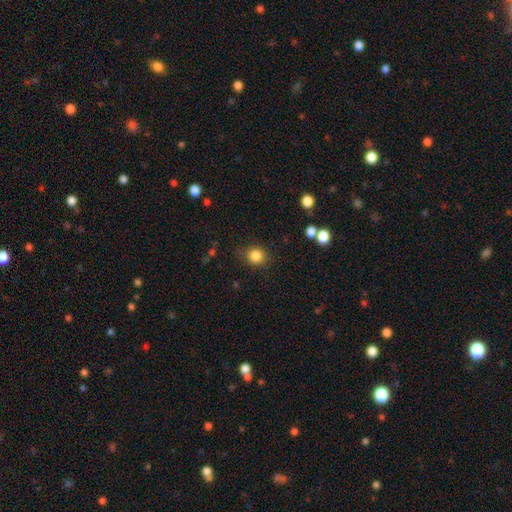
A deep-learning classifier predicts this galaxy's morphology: A smooth galaxy with no disk features (84%) that is round (79%). Merging: none (83%).